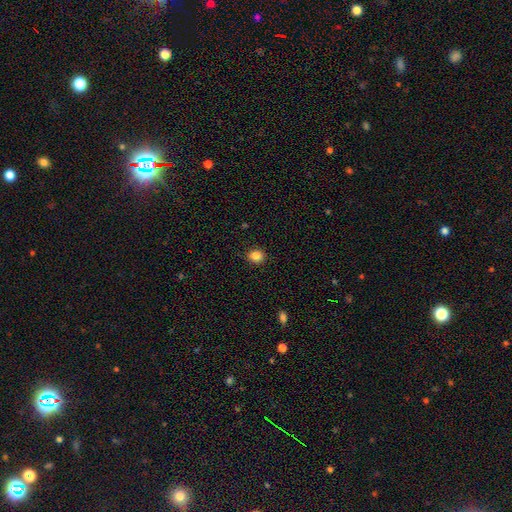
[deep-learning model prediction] This is clearly a smooth galaxy (85%). How rounded: likely round (76%). Merging: clearly none (90%).